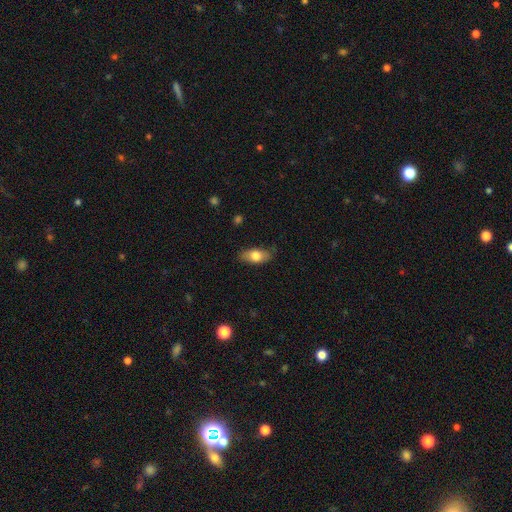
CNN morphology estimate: Smooth or featured?
  - smooth: 76% *
  - featured or disk: 17%
  - star or artifact: 7%
How rounded?
  - in between: 86% *
  - cigar-shaped: 9%
  - round: 5%
Merging?
  - none: 80% *
  - minor disturbance: 16%
  - major disturbance: 3%
  - merger: 1%